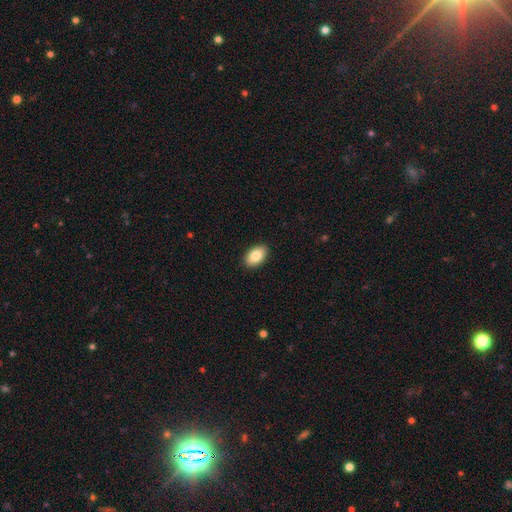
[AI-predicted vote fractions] A smooth galaxy with no disk features (85%) that is in between round and cigar-shaped (93%). Merging: none (90%).